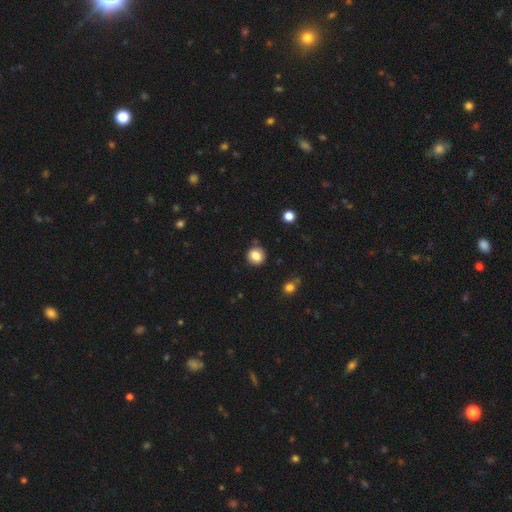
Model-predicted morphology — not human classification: A smooth galaxy with no disk features (84%) that is round (86%).

Vote fractions:
- Smooth or featured? smooth: 84% / star or artifact: 10% / featured or disk: 6%
- How rounded? round: 86% / in between: 13% / cigar-shaped: 1%
- Merging? none: 85% / minor disturbance: 10% / merger: 3% / major disturbance: 2%